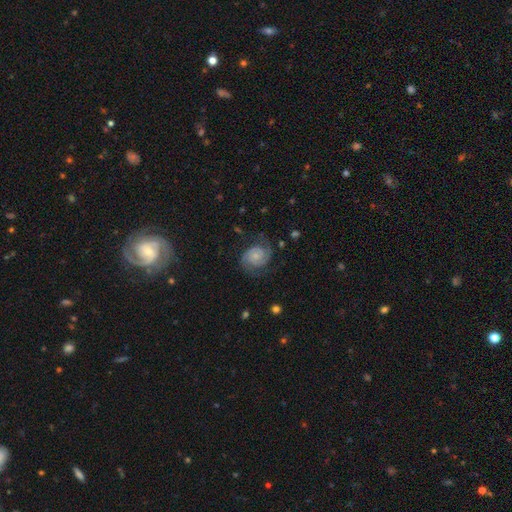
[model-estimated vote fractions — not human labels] Smooth or featured: featured or disk — 84% (smooth — 10%)
Edge-on disk: no — 98% (yes — 2%)
Bar: no — 70% (weak — 25%)
Spiral arms: yes — 97% (no — 3%)
Spiral winding: tight — 50% (medium — 39%)
Spiral arm count: 2 — 89% (can't tell — 4%)
Bulge size: small — 57% (moderate — 21%)
Merging: none — 75% (minor disturbance — 15%)